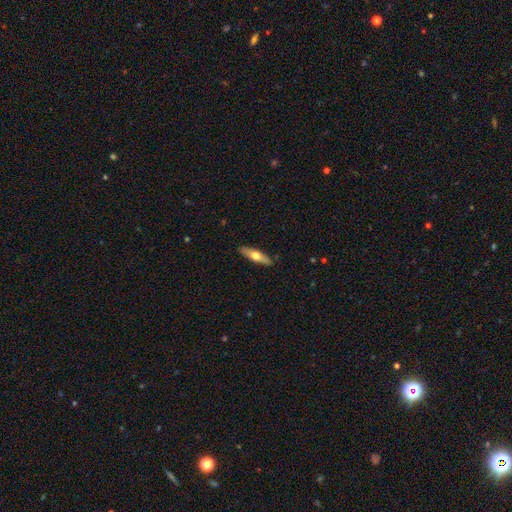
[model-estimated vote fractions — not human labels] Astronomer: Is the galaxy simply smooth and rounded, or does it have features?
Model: smooth — 54% (runner-up: featured or disk, 41%).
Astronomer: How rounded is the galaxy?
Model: cigar-shaped — 65%.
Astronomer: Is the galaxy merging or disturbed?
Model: none — 89%.